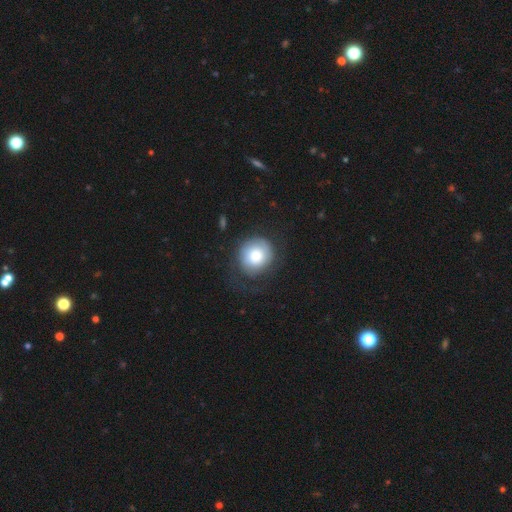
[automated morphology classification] Overall: smooth (69%). How rounded: round (85%). Merging: none (62%).